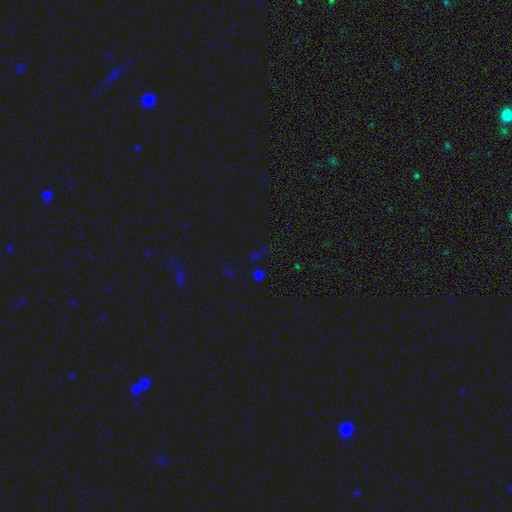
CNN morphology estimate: smooth-or-featured: star or artifact: 61% | smooth: 32% | featured or disk: 7%